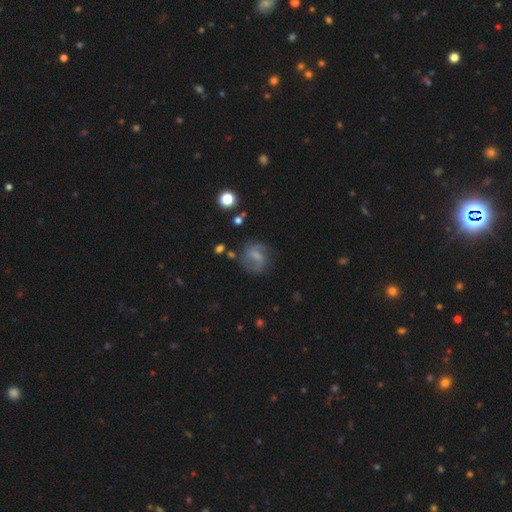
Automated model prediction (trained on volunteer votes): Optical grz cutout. It shows a featured or disk galaxy (51%). Merging: none (62%).